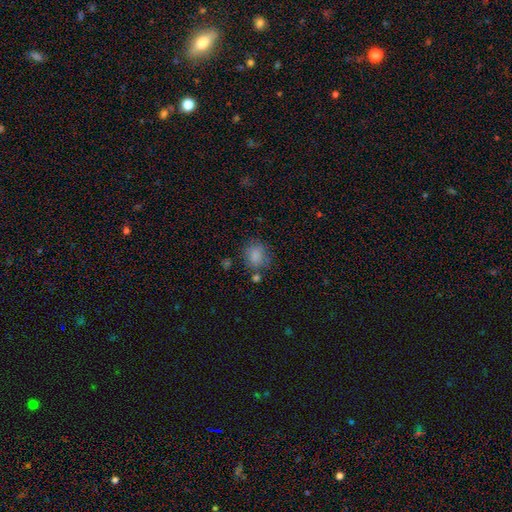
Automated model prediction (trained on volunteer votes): The model was most divided on "how rounded": round: 70%, in between: 29%, cigar-shaped: 1%. More confident: smooth or featured — smooth (82%); merging — none (68%).